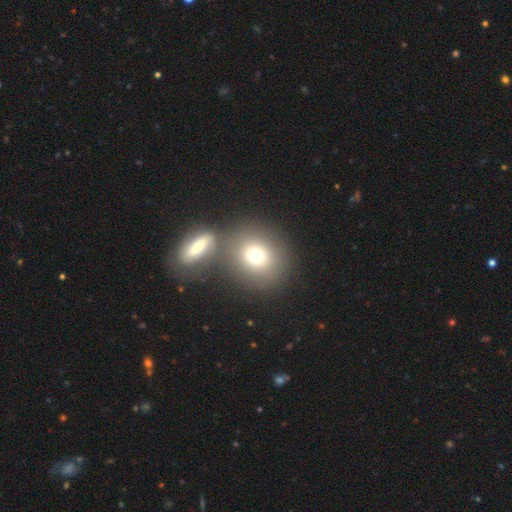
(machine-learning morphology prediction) Smooth or featured? smooth (75%)
How rounded? round (76%)
Merging? none (60%)